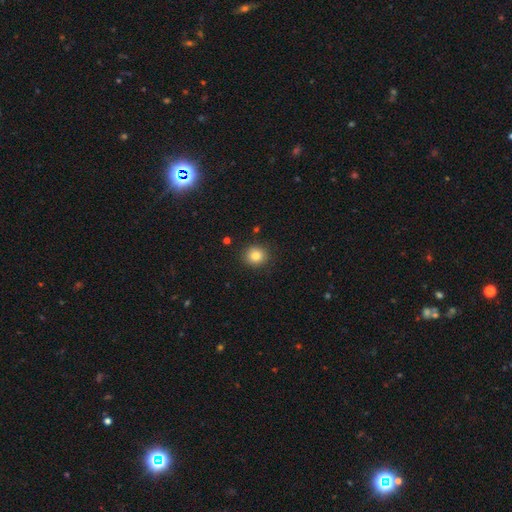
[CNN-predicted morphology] The model was most divided on "smooth or featured": smooth: 82%, star or artifact: 11%, featured or disk: 7%. More confident: merging — none (89%); how rounded — round (87%).